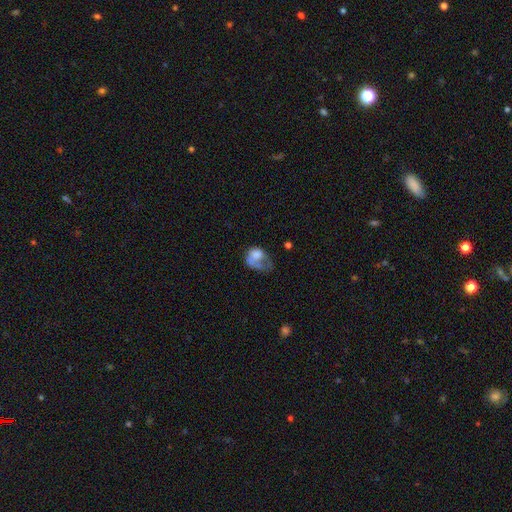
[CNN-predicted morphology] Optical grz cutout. It shows a smooth galaxy with no disk features (57%) that is in between round and cigar-shaped (58%). Merging: major disturbance (54%).